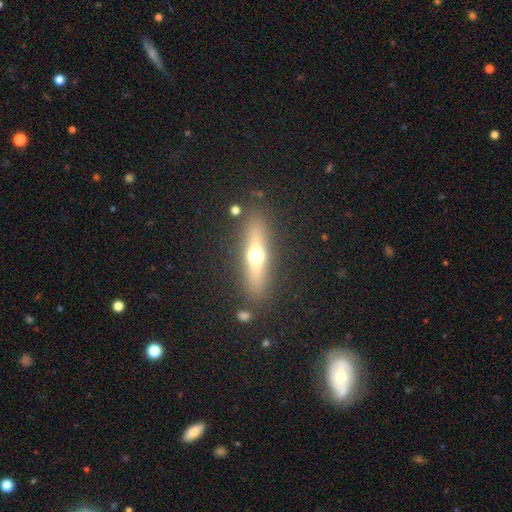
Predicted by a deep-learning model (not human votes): smooth_or_featured: featured or disk (p=0.50) [alt: smooth p=0.40]
disk_edge_on: yes (p=0.85) [alt: no p=0.15]
merging: none (p=0.85) [alt: minor disturbance p=0.08]